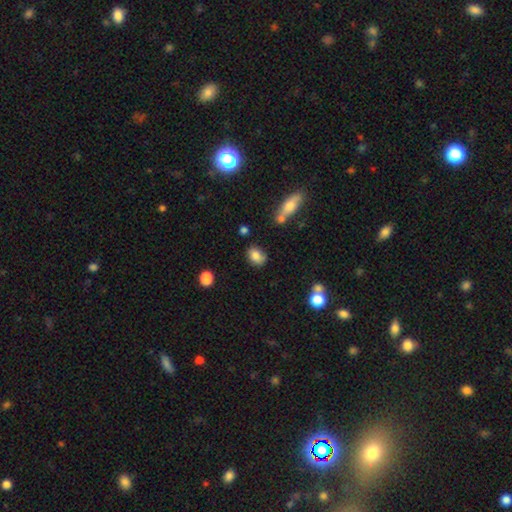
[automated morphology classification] This is clearly a smooth galaxy (81%). How rounded: likely in between (68%). Merging: likely none (70%).